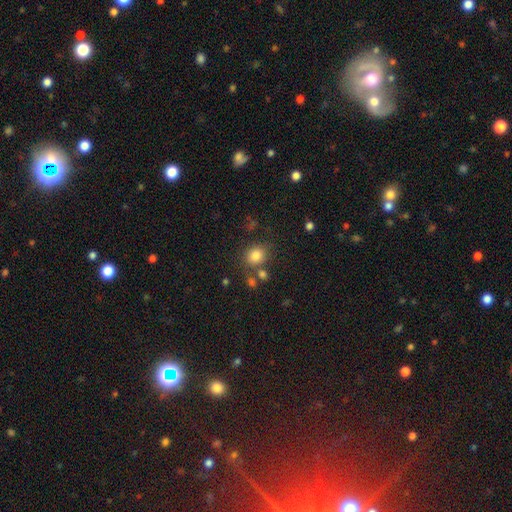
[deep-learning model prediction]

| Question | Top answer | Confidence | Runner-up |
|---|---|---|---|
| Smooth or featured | smooth | 81% | star or artifact (12%) |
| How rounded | round | 67% | in between (32%) |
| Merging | none | 70% | minor disturbance (13%) |